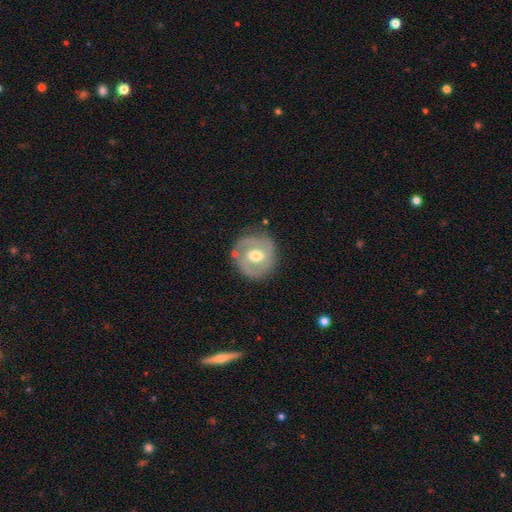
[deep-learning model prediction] Morphology: type=featured or disk (73%); edge-on=no (97%); bar=weak (47%); spiral arms=yes (77%); winding=tight (50%); arm count=2 (69%); bulge=moderate (76%); merging=none (77%).